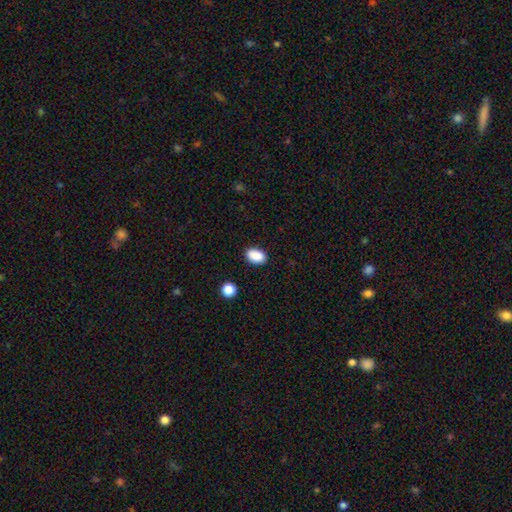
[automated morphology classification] smooth-or-featured: smooth: 89% | star or artifact: 8% | featured or disk: 3%
  how-rounded: in between: 90% | round: 9% | cigar-shaped: 1%
  merging: none: 87% | minor disturbance: 9% | major disturbance: 2% | merger: 2%